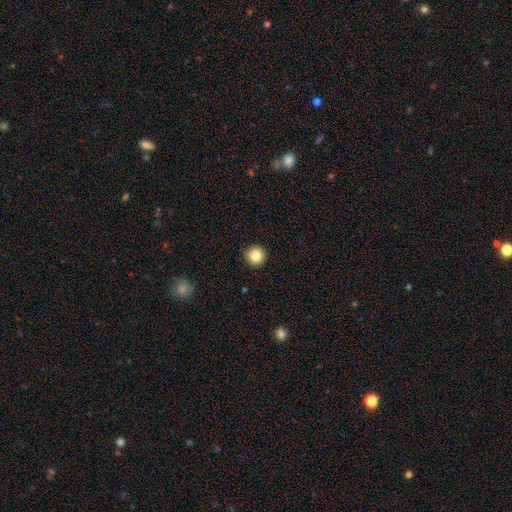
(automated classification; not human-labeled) smooth_or_featured: smooth (p=0.84) [alt: star or artifact p=0.10]
how_rounded: round (p=0.96) [alt: in between p=0.03]
merging: none (p=0.93) [alt: minor disturbance p=0.05]